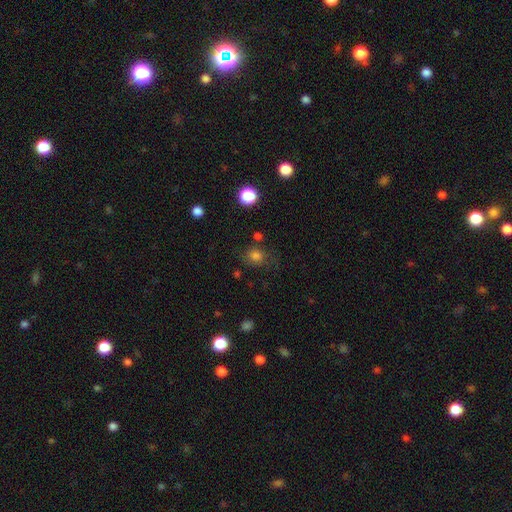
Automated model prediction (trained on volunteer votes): Smooth or featured? smooth (76%)
How rounded? round (68%)
Merging? none (69%)